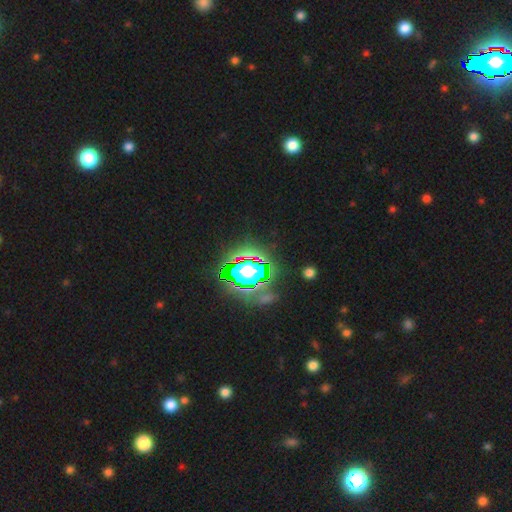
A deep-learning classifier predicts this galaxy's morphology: Q: Smooth or featured?
A: star or artifact (82%); runner-up: smooth (11%)